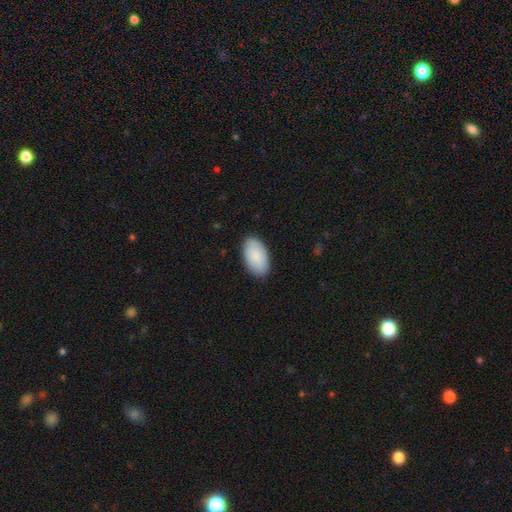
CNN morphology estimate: Smooth or featured? Predicted: smooth (p=0.88). How rounded? Predicted: in between (p=0.96). Merging? Predicted: none (p=0.87).